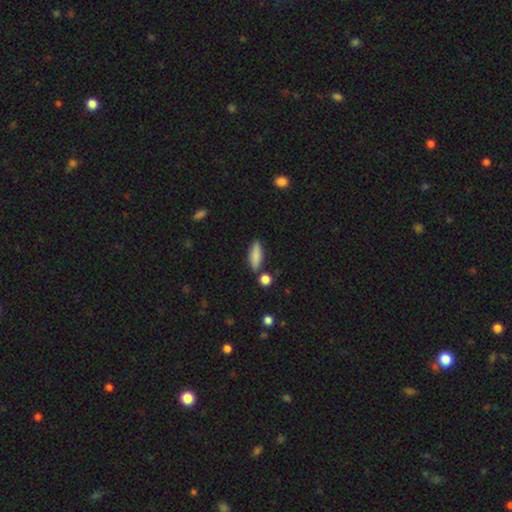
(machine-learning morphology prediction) smooth_or_featured: smooth (p=0.81) [alt: featured or disk p=0.12]
how_rounded: in between (p=0.53) [alt: cigar-shaped p=0.44]
merging: none (p=0.77) [alt: minor disturbance p=0.13]